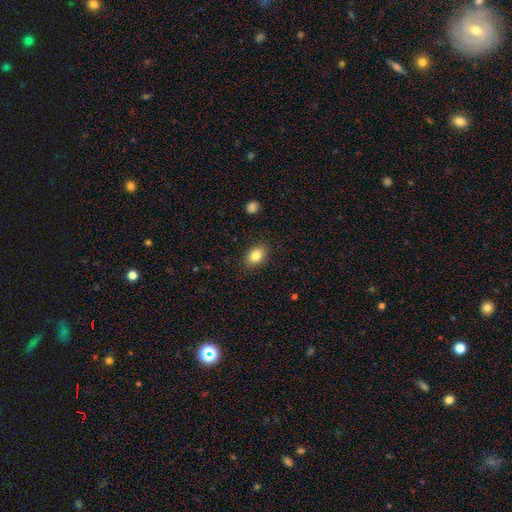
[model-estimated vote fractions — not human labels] smooth-or-featured: smooth: 84% | star or artifact: 9% | featured or disk: 8%
  how-rounded: in between: 77% | round: 21% | cigar-shaped: 1%
  merging: none: 86% | minor disturbance: 10% | major disturbance: 3% | merger: 1%